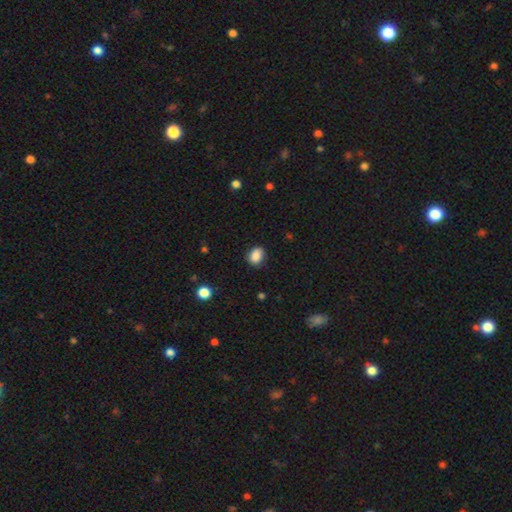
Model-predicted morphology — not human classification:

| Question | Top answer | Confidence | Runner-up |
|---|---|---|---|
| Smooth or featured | smooth | 86% | star or artifact (9%) |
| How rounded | in between | 56% | round (43%) |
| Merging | none | 80% | minor disturbance (15%) |